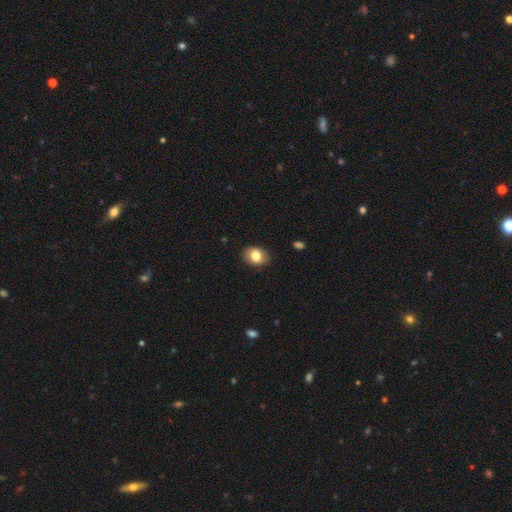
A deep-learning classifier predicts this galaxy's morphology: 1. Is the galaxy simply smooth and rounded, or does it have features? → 81% smooth, 10% featured or disk, 8% star or artifact.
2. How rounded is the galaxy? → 64% in between, 35% round, 1% cigar-shaped.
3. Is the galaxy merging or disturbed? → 86% none, 11% minor disturbance, 2% major disturbance, 1% merger.